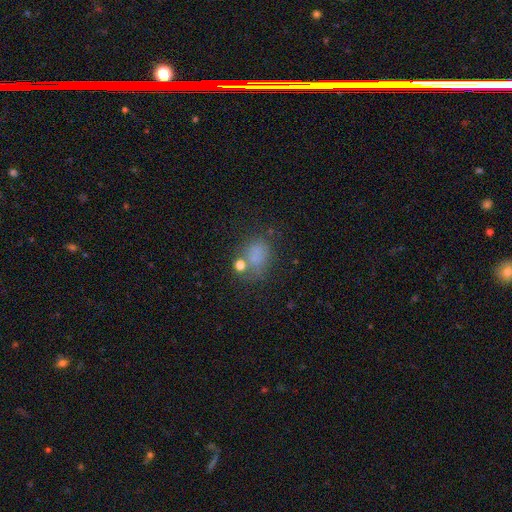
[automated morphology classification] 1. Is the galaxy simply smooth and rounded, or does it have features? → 69% smooth, 19% star or artifact, 12% featured or disk.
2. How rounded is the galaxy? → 56% in between, 43% round, 1% cigar-shaped.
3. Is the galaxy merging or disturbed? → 54% none, 20% minor disturbance, 13% major disturbance, 13% merger.